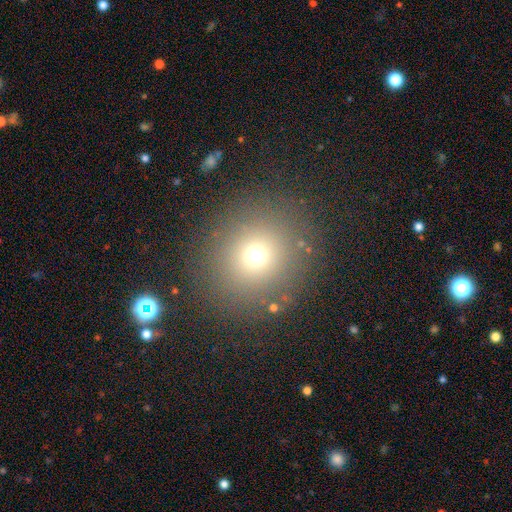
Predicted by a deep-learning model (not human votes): smooth 69%, star or artifact 21%, featured or disk 9%. Down the decision tree: how rounded — round (91%); merging — none (87%).